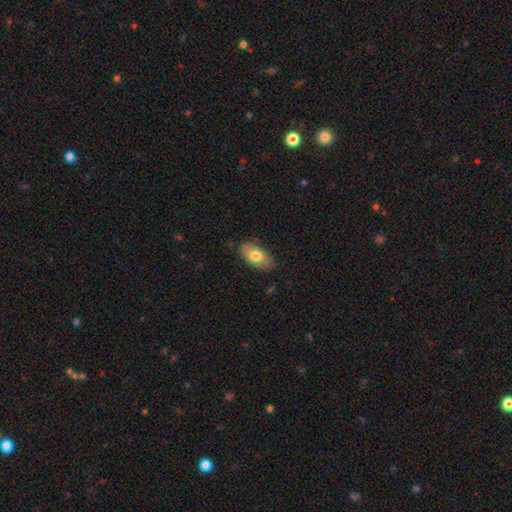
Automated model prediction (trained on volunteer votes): smooth 75%, featured or disk 19%, star or artifact 6%. Down the decision tree: how rounded — in between (92%); merging — none (81%).